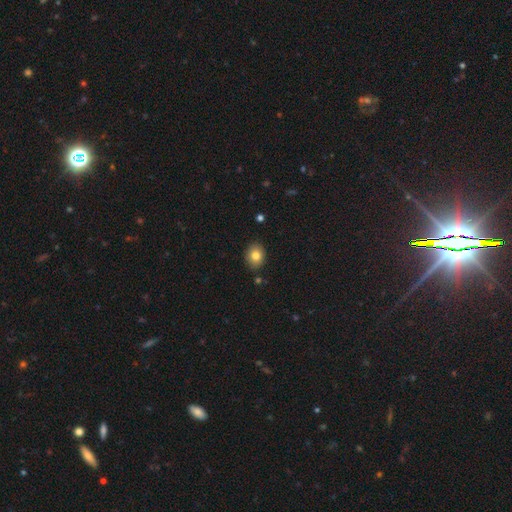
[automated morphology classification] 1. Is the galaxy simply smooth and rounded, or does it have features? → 81% smooth, 10% featured or disk, 10% star or artifact.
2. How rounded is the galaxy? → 53% in between, 46% round, 1% cigar-shaped.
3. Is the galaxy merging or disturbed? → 87% none, 9% minor disturbance, 2% merger, 2% major disturbance.